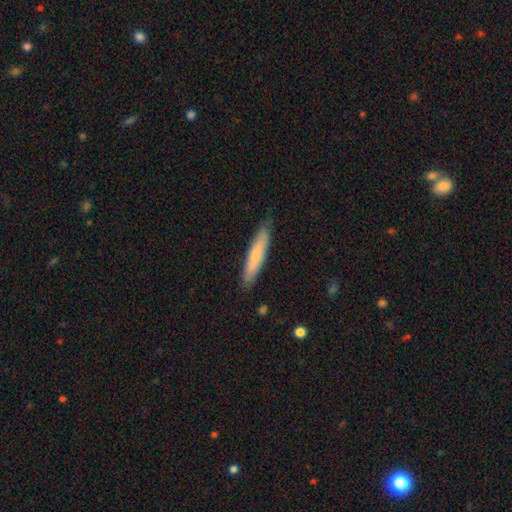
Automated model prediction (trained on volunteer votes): This is likely a smooth galaxy (68%). How rounded: clearly cigar-shaped (88%). Merging: clearly none (85%).